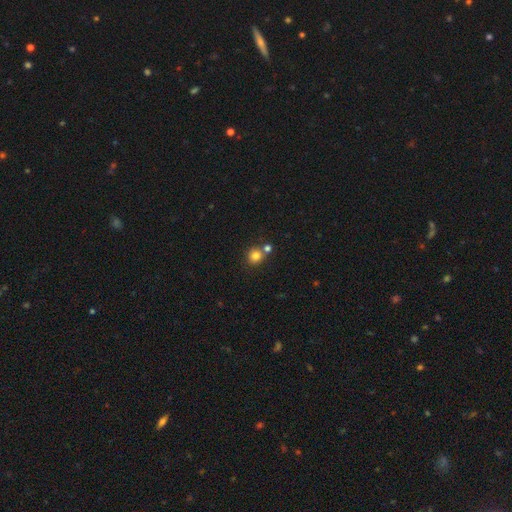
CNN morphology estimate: A smooth galaxy with no disk features (81%) that is round (88%).

Vote fractions:
- Smooth or featured? smooth: 81% / star or artifact: 12% / featured or disk: 6%
- How rounded? round: 88% / in between: 11% / cigar-shaped: 1%
- Merging? none: 64% / merger: 25% / minor disturbance: 8% / major disturbance: 3%